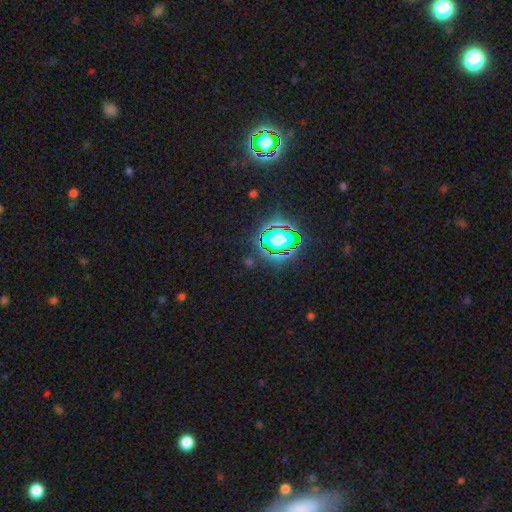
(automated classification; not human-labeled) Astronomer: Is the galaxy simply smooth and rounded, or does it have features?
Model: star or artifact — 76%.